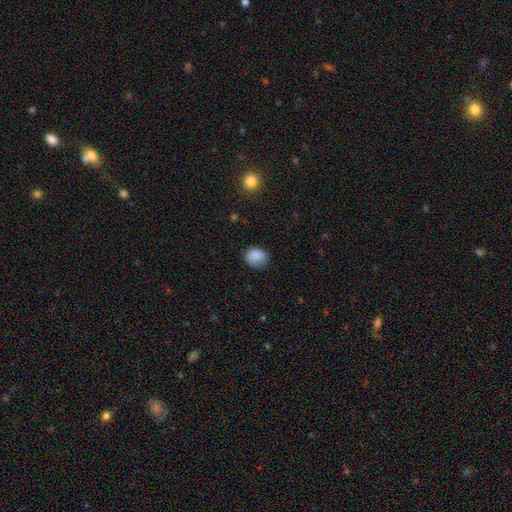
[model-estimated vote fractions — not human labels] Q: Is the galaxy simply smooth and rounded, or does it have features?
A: smooth — 84%.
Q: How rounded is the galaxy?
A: round — 68%.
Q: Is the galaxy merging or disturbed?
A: none — 74%.